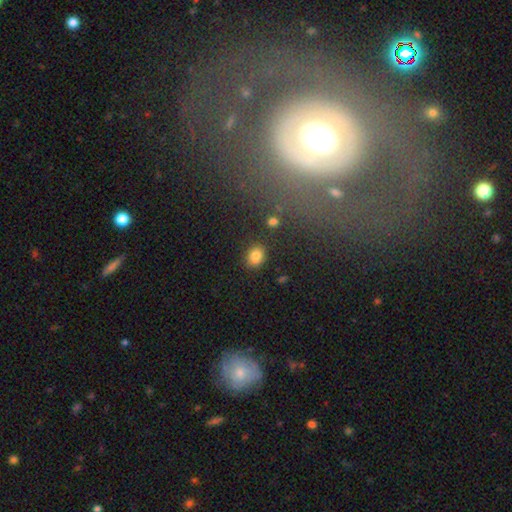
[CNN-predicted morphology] smooth_or_featured: smooth (p=0.80) [alt: star or artifact p=0.12]
how_rounded: round (p=0.55) [alt: in between p=0.44]
merging: none (p=0.84) [alt: minor disturbance p=0.10]